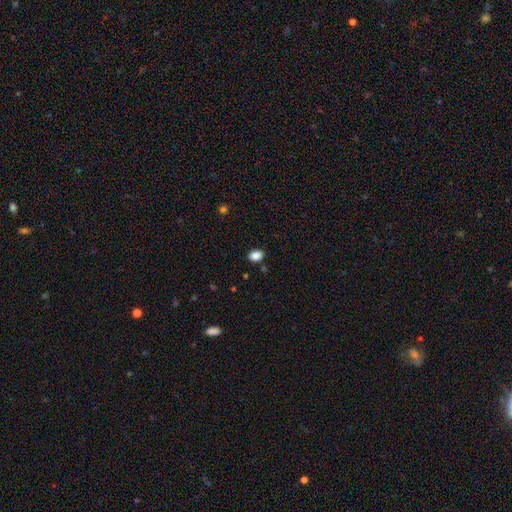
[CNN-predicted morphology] smooth 87%, star or artifact 9%, featured or disk 3%. Down the decision tree: how rounded — in between (76%); merging — none (84%).